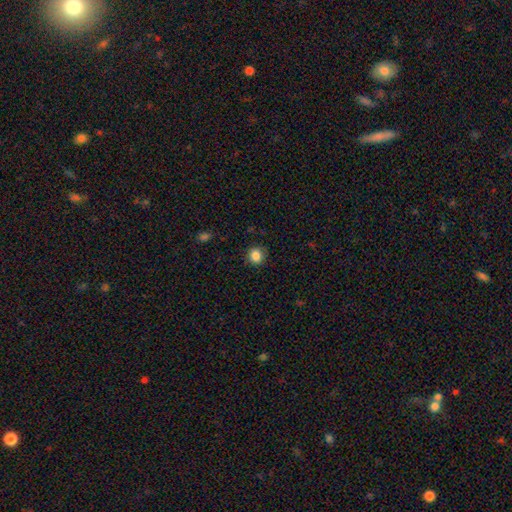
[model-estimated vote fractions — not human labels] Morphology: type=smooth (86%); roundness=round (89%); merging=none (89%).